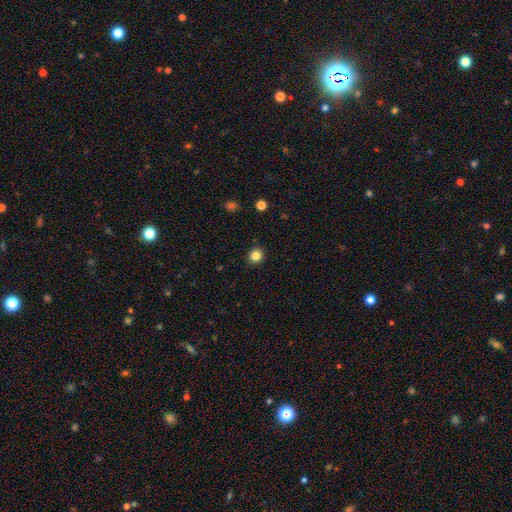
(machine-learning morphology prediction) Smooth or featured? Predicted: smooth (p=0.84). How rounded? Predicted: round (p=0.89). Merging? Predicted: none (p=0.92).